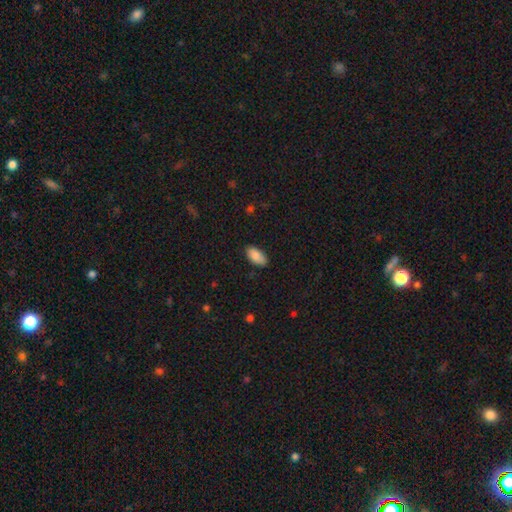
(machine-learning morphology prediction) Smooth or featured: smooth — 87% (star or artifact — 7%)
How rounded: in between — 94% (cigar-shaped — 4%)
Merging: none — 81% (minor disturbance — 15%)